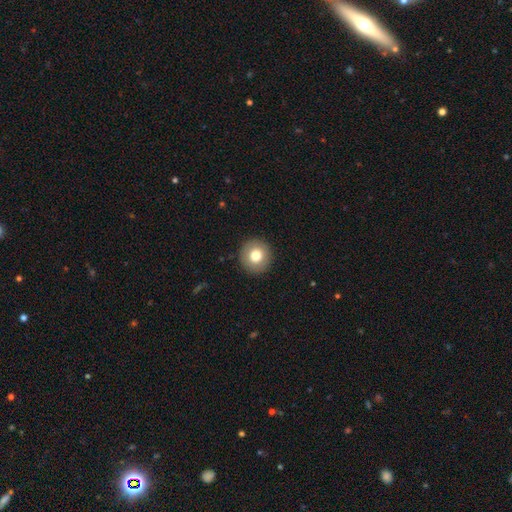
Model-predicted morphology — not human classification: Smooth or featured: smooth — 77% (featured or disk — 14%)
How rounded: round — 95% (in between — 4%)
Merging: none — 92% (minor disturbance — 5%)